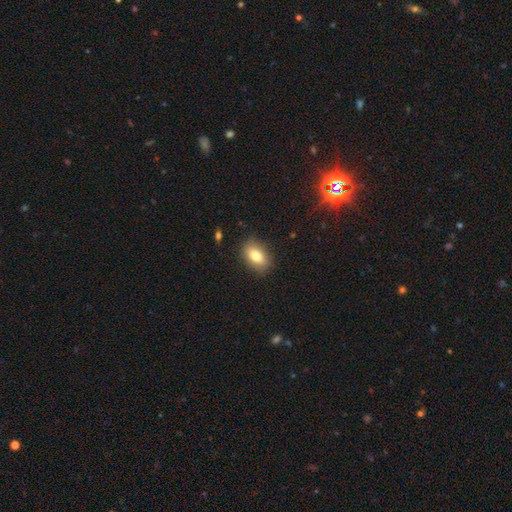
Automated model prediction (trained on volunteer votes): A smooth galaxy with no disk features (78%) that is in between round and cigar-shaped (86%).

Vote fractions:
- Smooth or featured? smooth: 78% / featured or disk: 14% / star or artifact: 8%
- How rounded? in between: 86% / round: 11% / cigar-shaped: 3%
- Merging? none: 85% / minor disturbance: 11% / major disturbance: 3% / merger: 1%